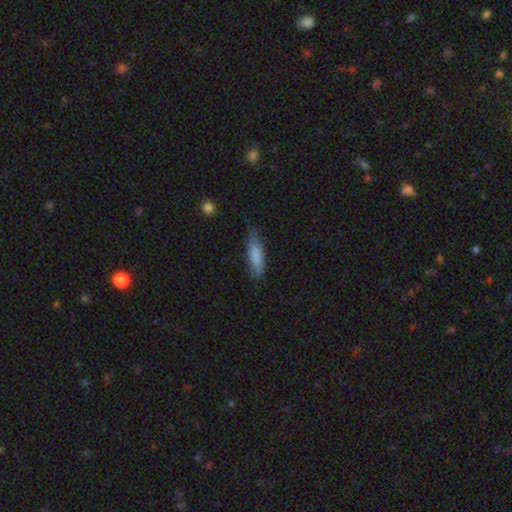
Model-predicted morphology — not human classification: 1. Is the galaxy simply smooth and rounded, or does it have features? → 81% smooth, 13% featured or disk, 6% star or artifact.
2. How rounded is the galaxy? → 60% cigar-shaped, 38% in between, 2% round.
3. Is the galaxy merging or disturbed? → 65% none, 28% minor disturbance, 5% major disturbance, 2% merger.